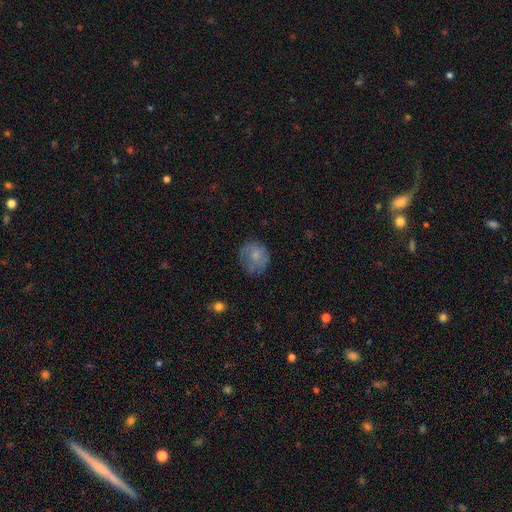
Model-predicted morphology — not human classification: A smooth galaxy with no disk features (67%) that is round (78%).

Vote fractions:
- Smooth or featured? smooth: 67% / featured or disk: 24% / star or artifact: 9%
- How rounded? round: 78% / in between: 21% / cigar-shaped: 1%
- Merging? none: 65% / minor disturbance: 23% / major disturbance: 10% / merger: 2%